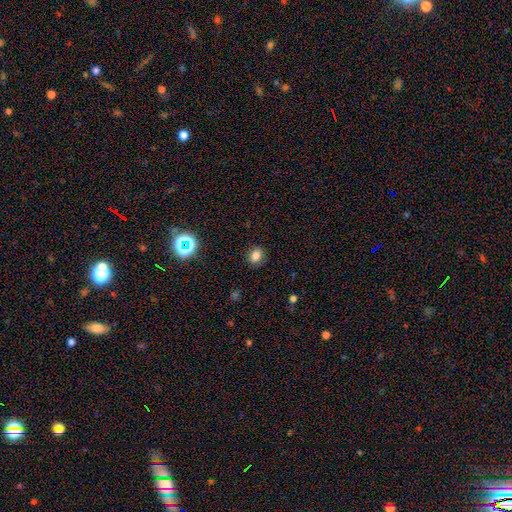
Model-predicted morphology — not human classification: A smooth galaxy with no disk features (79%) that is round (52%). Merging: none (87%).